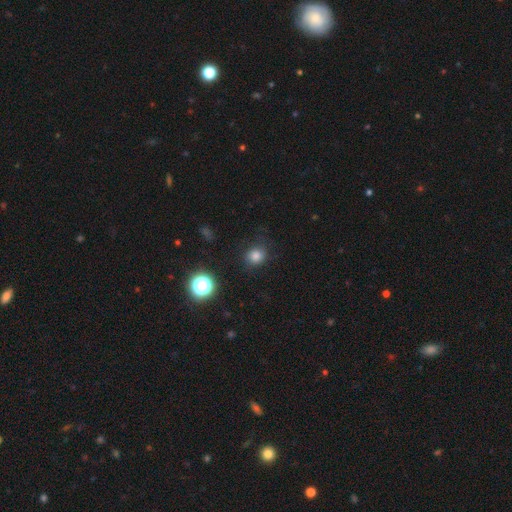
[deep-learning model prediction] Overall: smooth (78%). How rounded: round (80%). Merging: none (79%).